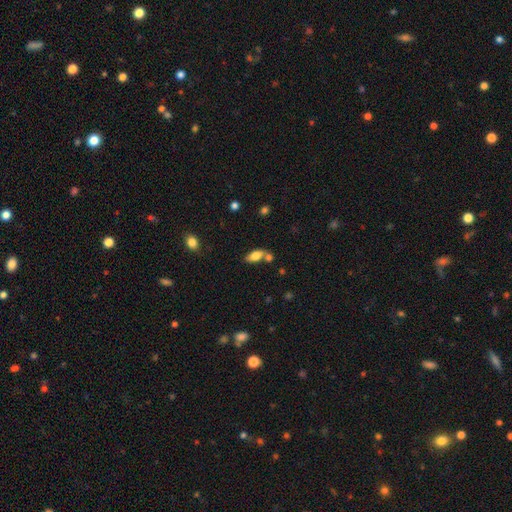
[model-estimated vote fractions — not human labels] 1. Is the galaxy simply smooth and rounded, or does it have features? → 77% smooth, 15% featured or disk, 8% star or artifact.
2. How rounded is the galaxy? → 87% in between, 10% cigar-shaped, 4% round.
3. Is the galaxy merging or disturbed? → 52% none, 29% merger, 14% minor disturbance, 5% major disturbance.